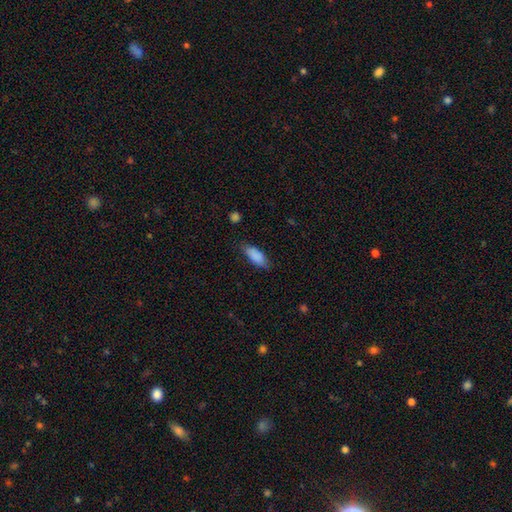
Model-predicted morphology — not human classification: This is clearly a smooth galaxy (87%). How rounded: likely in between (79%). Merging: likely none (74%).